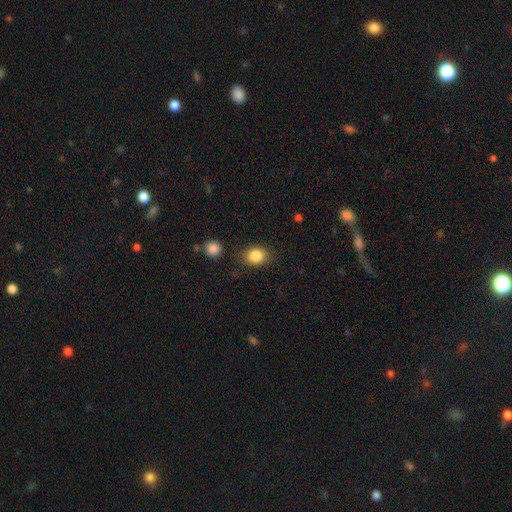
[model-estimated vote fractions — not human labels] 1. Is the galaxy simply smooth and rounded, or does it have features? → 85% smooth, 9% star or artifact, 6% featured or disk.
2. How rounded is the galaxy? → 51% round, 48% in between, 1% cigar-shaped.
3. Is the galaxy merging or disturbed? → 80% none, 13% minor disturbance, 4% major disturbance, 3% merger.